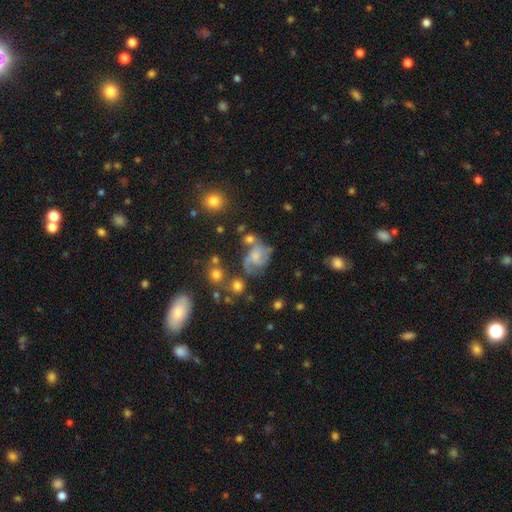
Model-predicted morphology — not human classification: type=featured or disk (56%); edge-on=no (97%); bar=no (66%); spiral arms=yes (77%); bulge=moderate (33%); merging=none (34%).